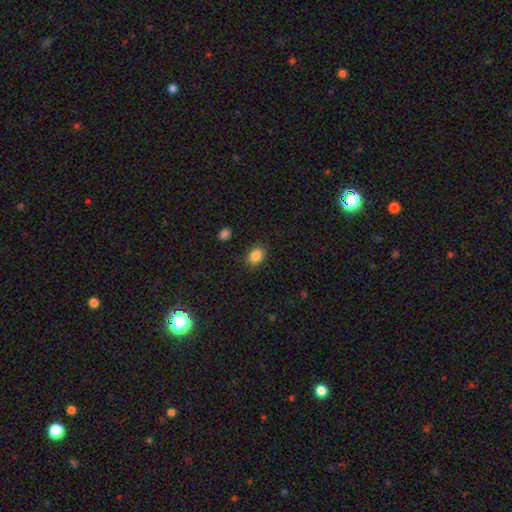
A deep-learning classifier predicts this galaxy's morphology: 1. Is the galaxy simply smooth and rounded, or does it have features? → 86% smooth, 9% star or artifact, 5% featured or disk.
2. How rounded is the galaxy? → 74% in between, 25% round, 1% cigar-shaped.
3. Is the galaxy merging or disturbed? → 86% none, 10% minor disturbance, 3% major disturbance, 1% merger.